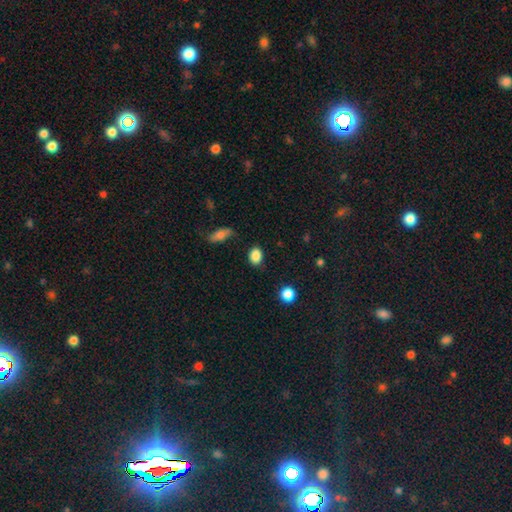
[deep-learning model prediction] Smooth or featured: smooth — 87% (star or artifact — 9%)
How rounded: in between — 68% (round — 30%)
Merging: none — 81% (minor disturbance — 14%)